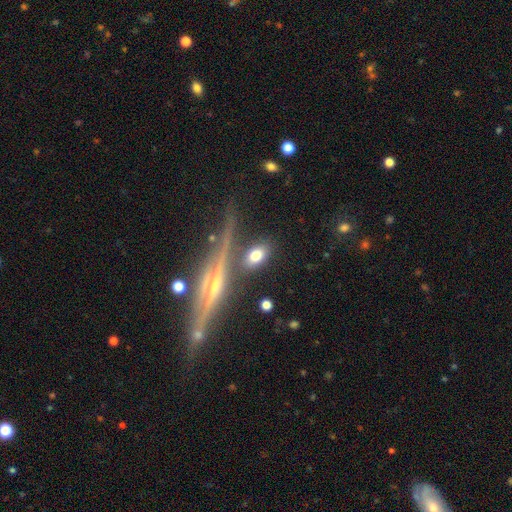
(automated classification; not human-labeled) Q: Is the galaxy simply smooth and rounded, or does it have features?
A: smooth — 71%.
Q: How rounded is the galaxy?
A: in between — 78%.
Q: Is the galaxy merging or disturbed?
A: none — 76%.